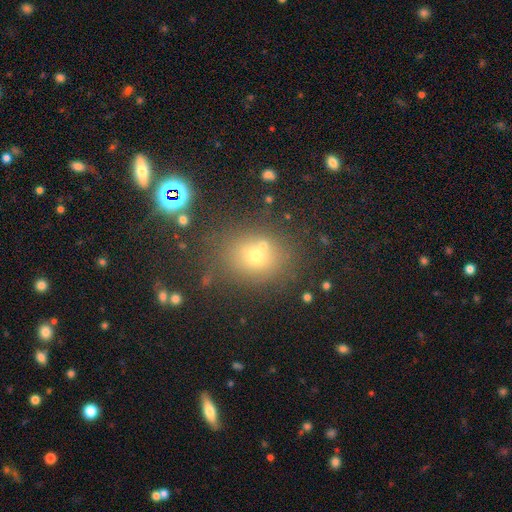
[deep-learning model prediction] Smooth or featured? Predicted: smooth (p=0.56). How rounded? Predicted: round (p=0.58). Merging? Predicted: none (p=0.73).